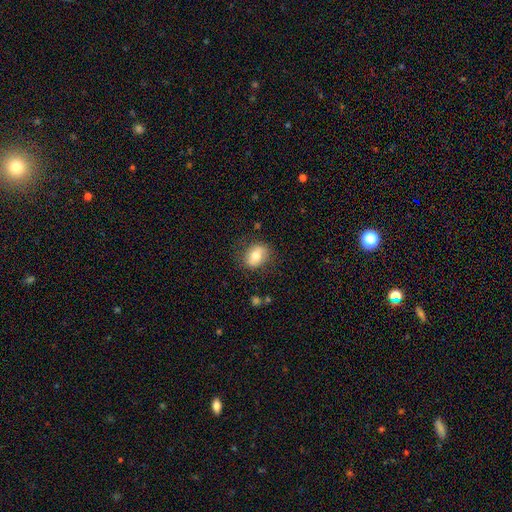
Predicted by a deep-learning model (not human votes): The model was most divided on "how rounded": in between: 66%, round: 32%, cigar-shaped: 1%. More confident: merging — none (77%); smooth or featured — smooth (71%).